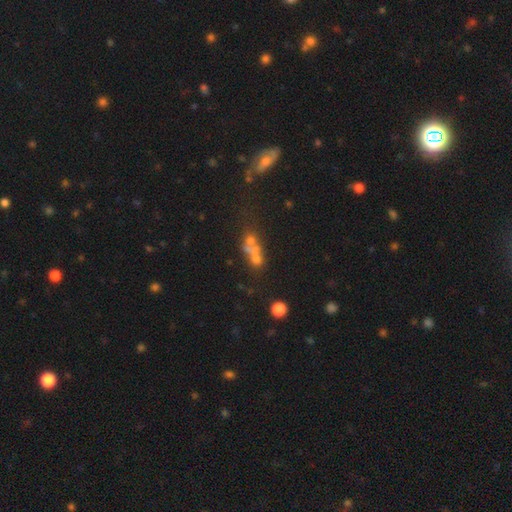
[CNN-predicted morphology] This appears to be a smooth galaxy with no disk features (45%). Merging: merger (41%).